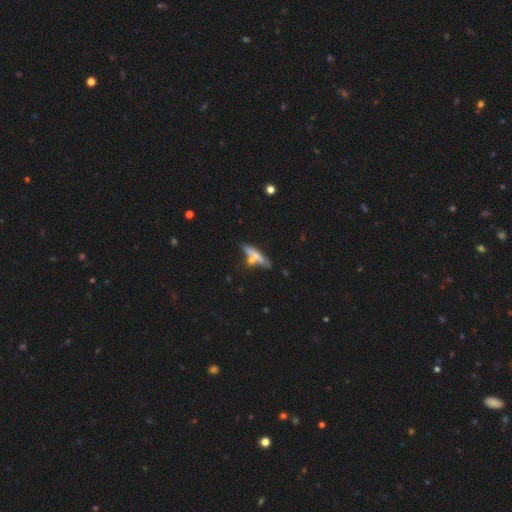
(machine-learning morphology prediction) Q: Smooth or featured?
A: smooth (53%); runner-up: featured or disk (38%)
Q: How rounded?
A: cigar-shaped (76%); runner-up: in between (21%)
Q: Merging?
A: none (50%); runner-up: merger (27%)